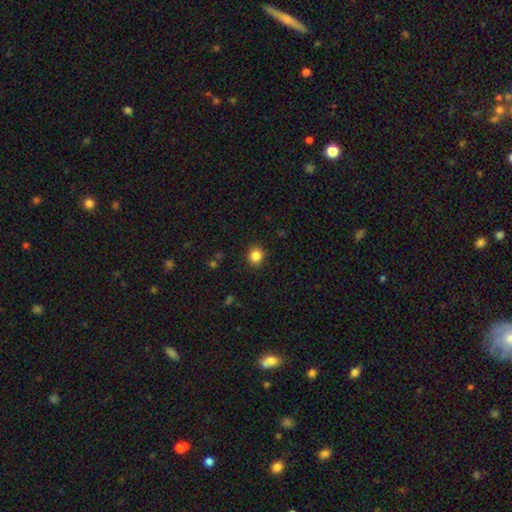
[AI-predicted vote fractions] Smooth or featured? Predicted: smooth (p=0.85). How rounded? Predicted: round (p=0.85). Merging? Predicted: none (p=0.91).